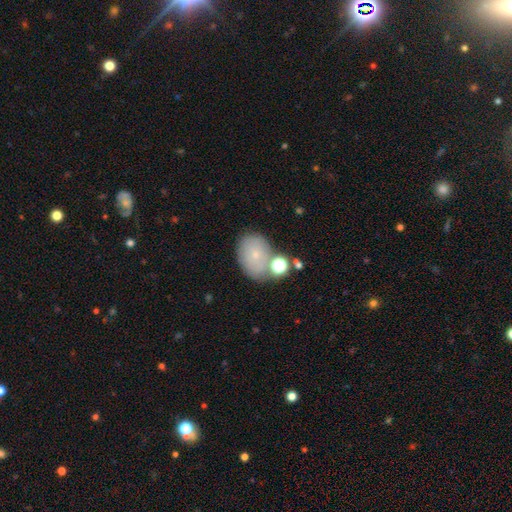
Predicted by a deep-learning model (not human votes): A smooth galaxy with no disk features (68%) that is in between round and cigar-shaped (67%). Merging: none (62%).